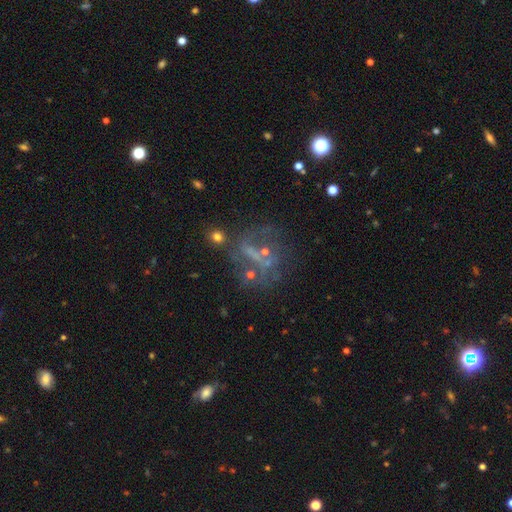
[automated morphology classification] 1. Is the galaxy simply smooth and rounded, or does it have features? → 48% featured or disk, 30% star or artifact, 22% smooth.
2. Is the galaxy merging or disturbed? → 49% none, 24% major disturbance, 16% minor disturbance, 11% merger.